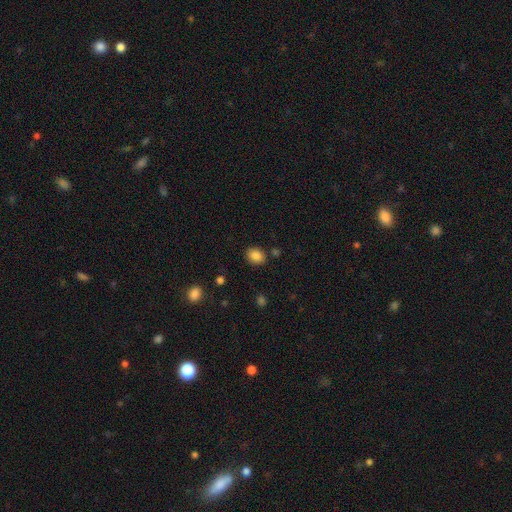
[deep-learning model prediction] Smooth or featured? smooth (86%)
How rounded? in between (56%)
Merging? none (84%)